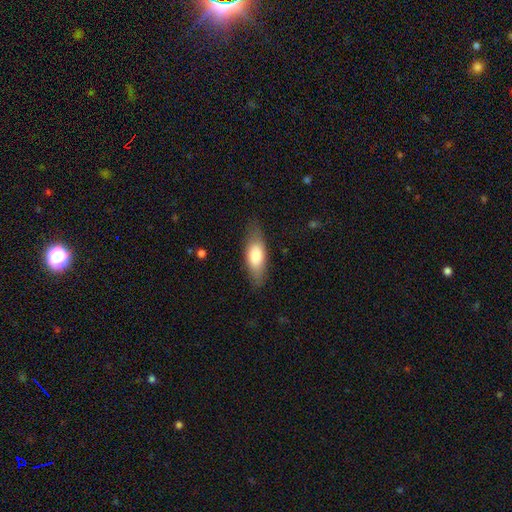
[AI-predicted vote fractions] The model was most divided on "how rounded": in between: 72%, cigar-shaped: 26%, round: 3%. More confident: merging — none (78%); smooth or featured — smooth (73%).